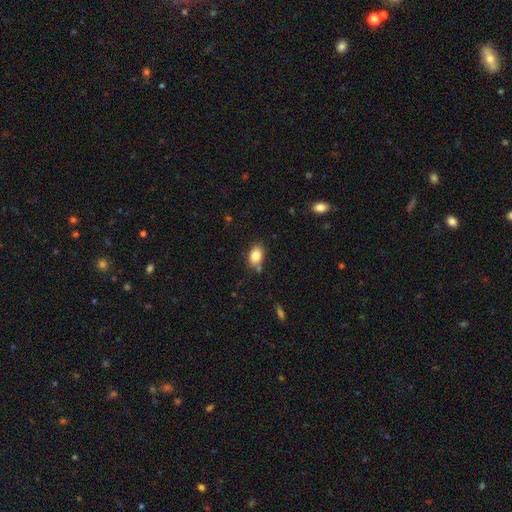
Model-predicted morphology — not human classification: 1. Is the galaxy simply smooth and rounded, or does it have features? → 82% smooth, 9% featured or disk, 9% star or artifact.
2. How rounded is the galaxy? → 80% in between, 18% round, 1% cigar-shaped.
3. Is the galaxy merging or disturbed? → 73% none, 16% minor disturbance, 7% merger, 4% major disturbance.